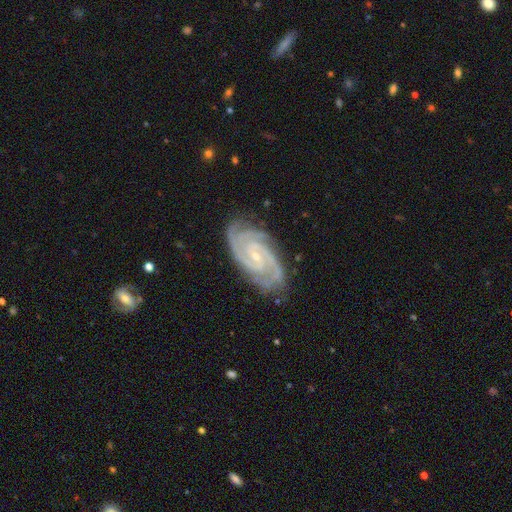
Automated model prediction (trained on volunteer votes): Overall: featured or disk (92%). Edge-on disk: no (97%). Bar: no (55%; weak 32%). Spiral arms: yes (99%). Spiral arm count: 2 (42%; 3 27%). Spiral winding: tight (75%). Bulge size: small (82%). Merging: none (81%).